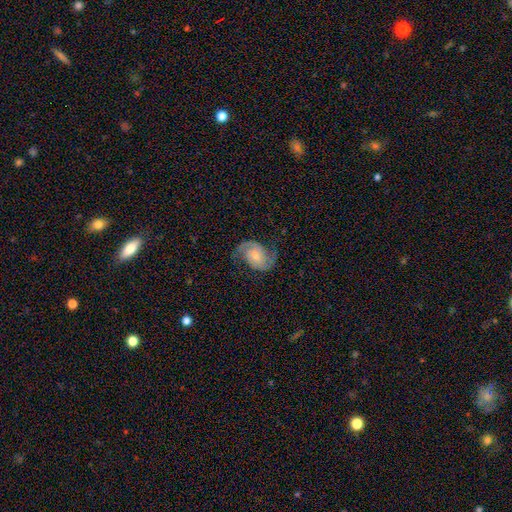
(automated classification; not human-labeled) Overall: featured or disk (84%). Edge-on disk: no (98%). Bar: no (59%; weak 35%). Spiral arms: yes (97%). Spiral arm count: 2 (91%). Spiral winding: medium (50%; tight 27%). Bulge size: moderate (42%; small 41%). Merging: none (71%).